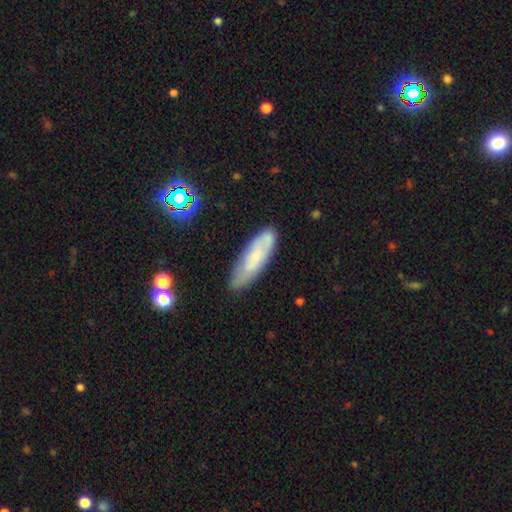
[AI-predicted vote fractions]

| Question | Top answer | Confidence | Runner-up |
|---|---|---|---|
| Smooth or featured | smooth | 53% | featured or disk (37%) |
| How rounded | cigar-shaped | 57% | in between (42%) |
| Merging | none | 76% | minor disturbance (17%) |